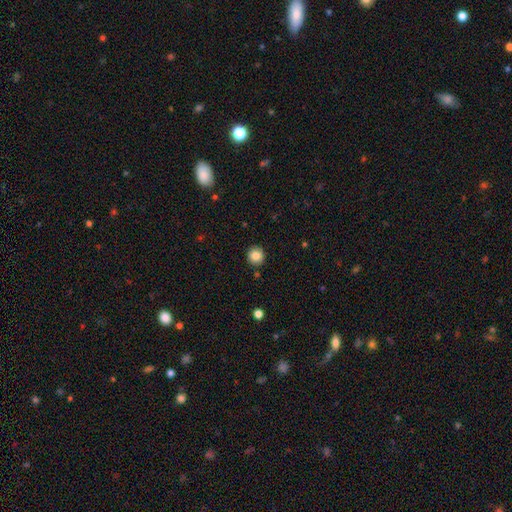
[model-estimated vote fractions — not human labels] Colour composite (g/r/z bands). It shows a smooth galaxy with no disk features (84%) that is round (91%). Merging: none (89%).